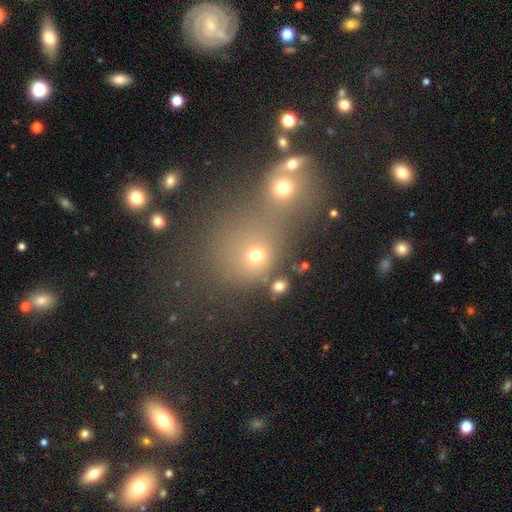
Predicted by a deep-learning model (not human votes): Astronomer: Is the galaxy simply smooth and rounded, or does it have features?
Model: smooth — 66%.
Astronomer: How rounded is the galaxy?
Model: round — 69%.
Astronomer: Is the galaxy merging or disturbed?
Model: merger — 43% (runner-up: none, 41%).